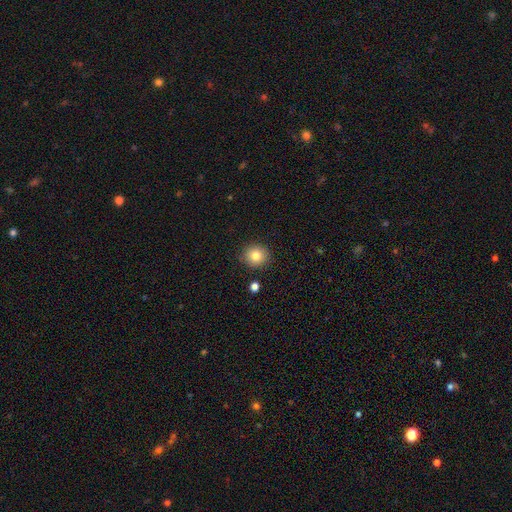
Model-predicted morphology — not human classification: A smooth galaxy with no disk features (83%) that is round (89%). Merging: none (89%).